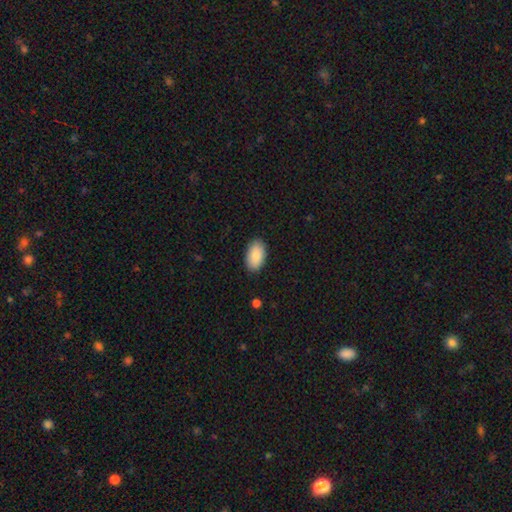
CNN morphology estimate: Smooth or featured? smooth (88%)
How rounded? in between (95%)
Merging? none (88%)